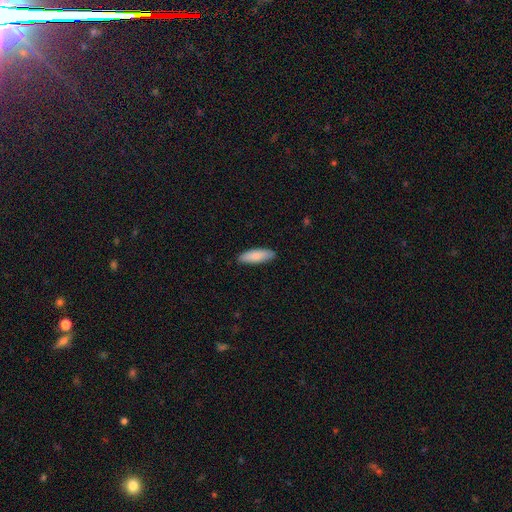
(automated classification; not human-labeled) smooth 85%, featured or disk 10%, star or artifact 5%. Down the decision tree: how rounded — in between (56%); merging — none (87%).